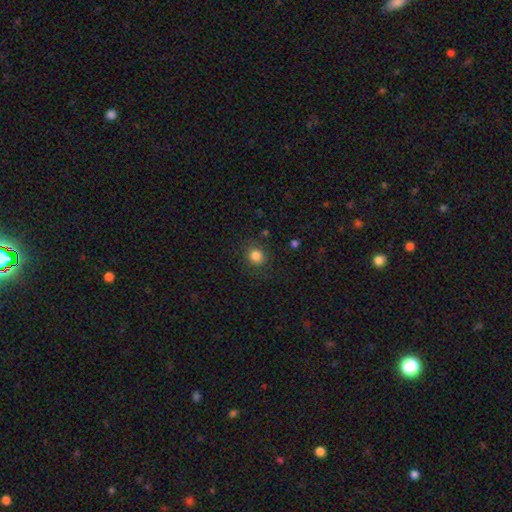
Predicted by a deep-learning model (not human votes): smooth_or_featured: smooth (p=0.83) [alt: star or artifact p=0.11]
how_rounded: round (p=0.85) [alt: in between p=0.14]
merging: none (p=0.84) [alt: minor disturbance p=0.10]